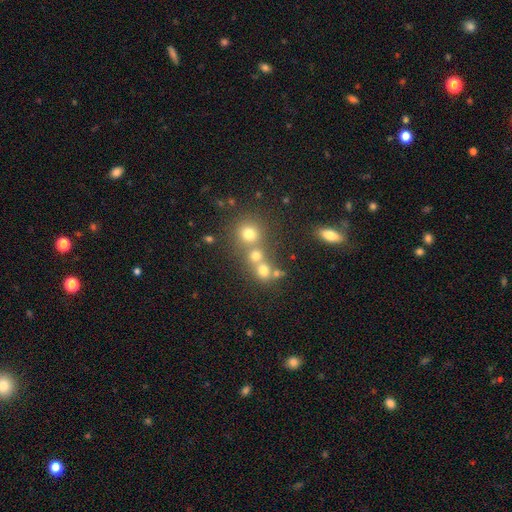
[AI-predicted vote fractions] smooth 69%, star or artifact 18%, featured or disk 13%. Down the decision tree: how rounded — round (81%); merging — none (48%).